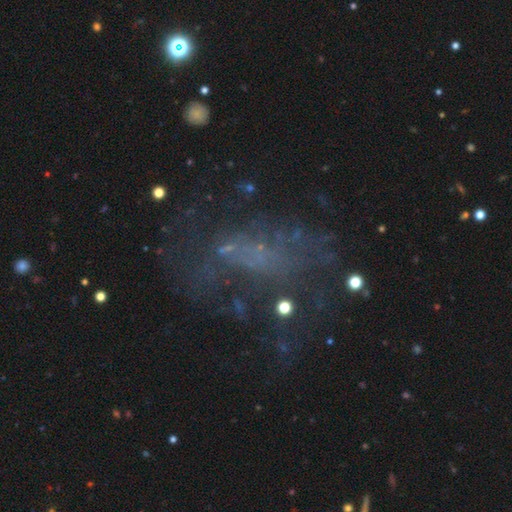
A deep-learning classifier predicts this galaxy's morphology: Overall: featured or disk (48%; star or artifact 30%). Merging: none (43%; major disturbance 33%).